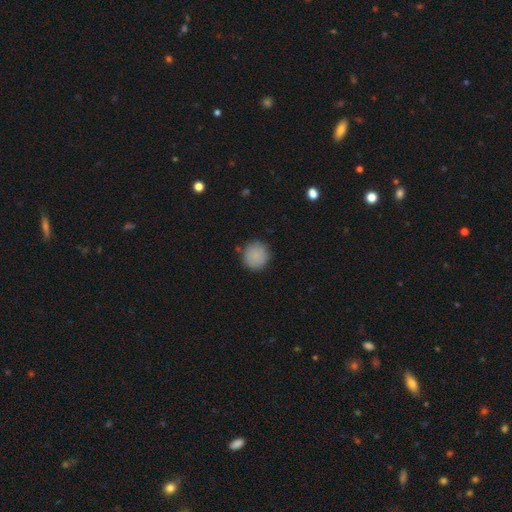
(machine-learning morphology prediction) smooth_or_featured: smooth (p=0.88) [alt: star or artifact p=0.08]
how_rounded: round (p=0.94) [alt: in between p=0.05]
merging: none (p=0.87) [alt: minor disturbance p=0.09]